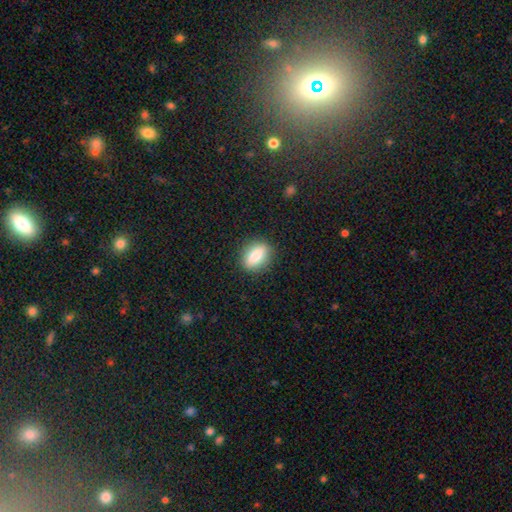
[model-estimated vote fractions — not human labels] Morphology: type=smooth (80%); roundness=in between (75%); merging=none (87%).